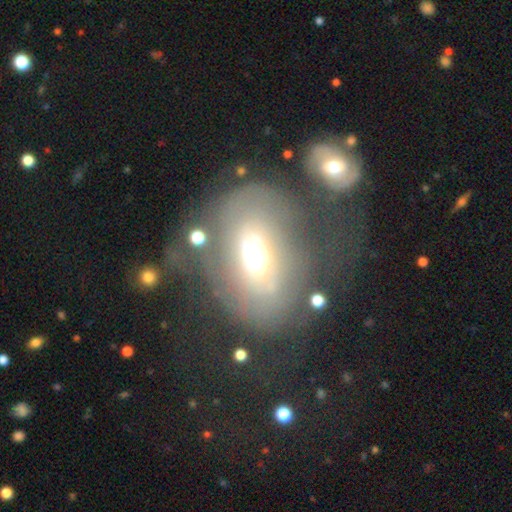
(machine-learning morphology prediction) smooth_or_featured: featured or disk (p=0.48) [alt: smooth p=0.39]
merging: none (p=0.46) [alt: major disturbance p=0.28]